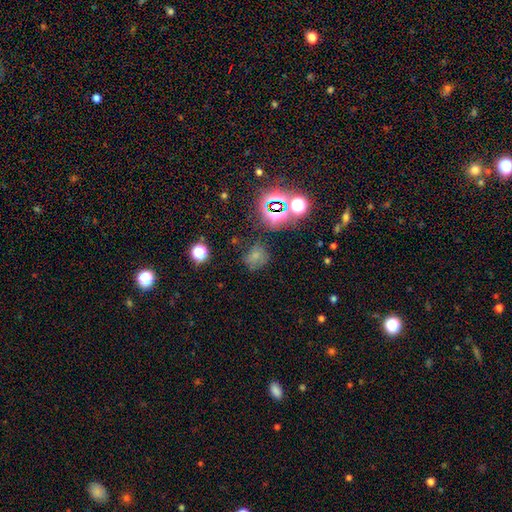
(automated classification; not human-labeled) Smooth or featured? smooth (59%)
How rounded? round (71%)
Merging? none (64%)